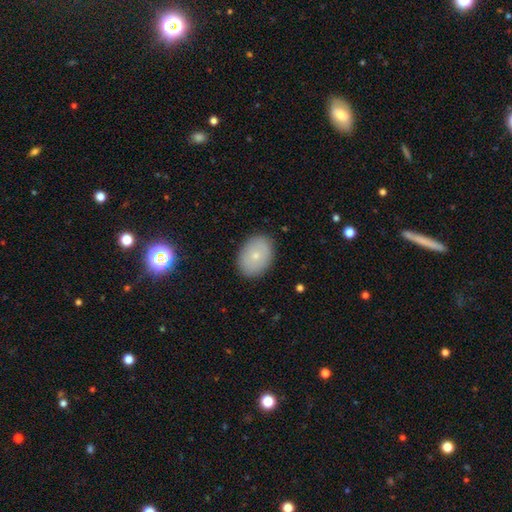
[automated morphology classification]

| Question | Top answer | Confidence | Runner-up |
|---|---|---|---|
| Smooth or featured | smooth | 74% | featured or disk (17%) |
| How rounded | in between | 72% | round (27%) |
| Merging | none | 88% | minor disturbance (9%) |